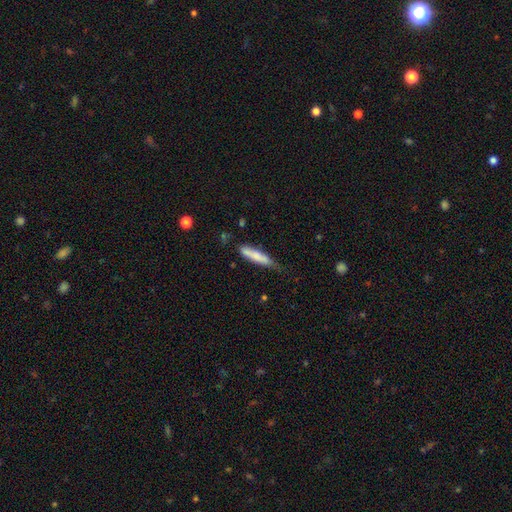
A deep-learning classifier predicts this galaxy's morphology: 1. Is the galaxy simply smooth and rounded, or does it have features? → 73% smooth, 21% featured or disk, 6% star or artifact.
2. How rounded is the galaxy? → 84% cigar-shaped, 15% in between, 1% round.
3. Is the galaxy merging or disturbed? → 55% none, 34% minor disturbance, 8% major disturbance, 3% merger.